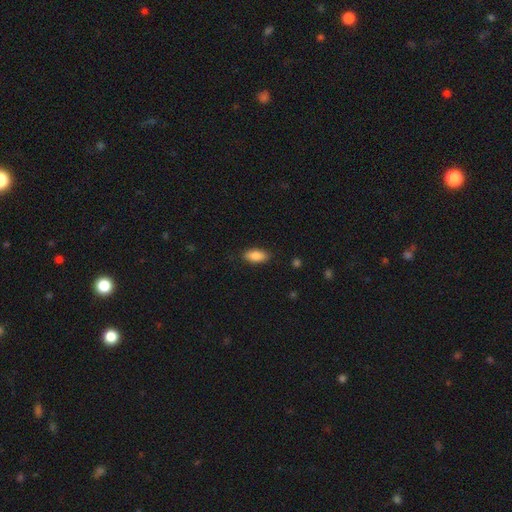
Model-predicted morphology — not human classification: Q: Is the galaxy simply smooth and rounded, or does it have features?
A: smooth — 87%.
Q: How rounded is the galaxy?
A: in between — 87%.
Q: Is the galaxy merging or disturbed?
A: none — 87%.